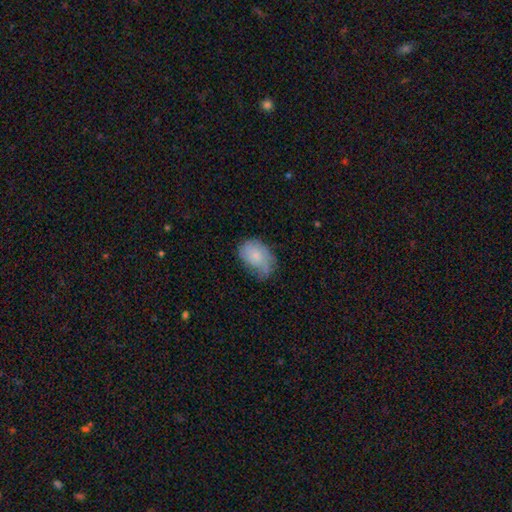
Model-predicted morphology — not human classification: smooth_or_featured: smooth (p=0.70) [alt: featured or disk p=0.23]
how_rounded: in between (p=0.83) [alt: round p=0.16]
merging: none (p=0.43) [alt: minor disturbance p=0.40]